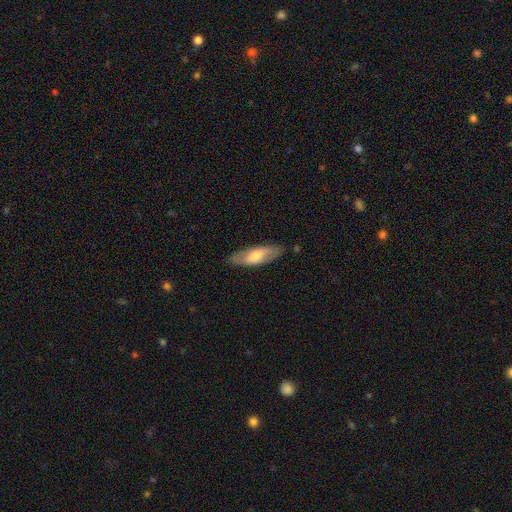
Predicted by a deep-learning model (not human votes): Smooth or featured: smooth — 51% (featured or disk — 44%)
How rounded: in between — 58% (cigar-shaped — 39%)
Merging: none — 84% (minor disturbance — 12%)